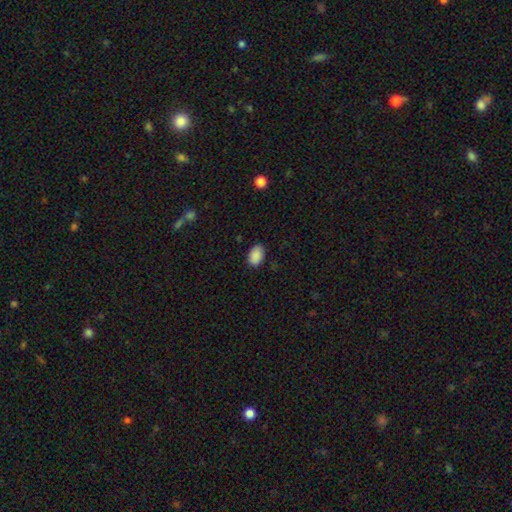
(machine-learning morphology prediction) The model was most divided on "merging": none: 85%, minor disturbance: 11%, major disturbance: 2%, merger: 1%. More confident: smooth or featured — smooth (90%); how rounded — in between (89%).